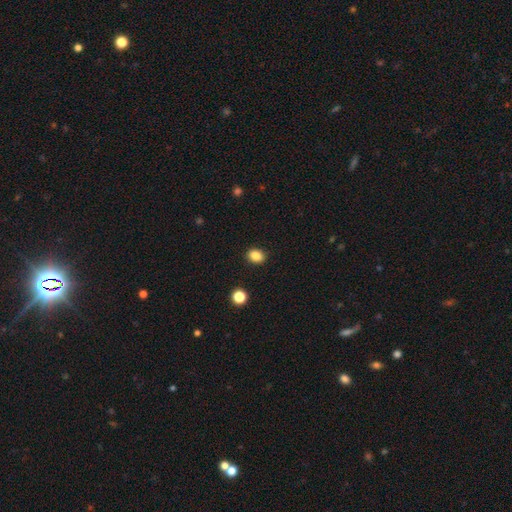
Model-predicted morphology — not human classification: A smooth galaxy with no disk features (86%) that is in between round and cigar-shaped (62%).

Vote fractions:
- Smooth or featured? smooth: 86% / star or artifact: 10% / featured or disk: 4%
- How rounded? in between: 62% / round: 37% / cigar-shaped: 1%
- Merging? none: 90% / minor disturbance: 7% / major disturbance: 2% / merger: 1%